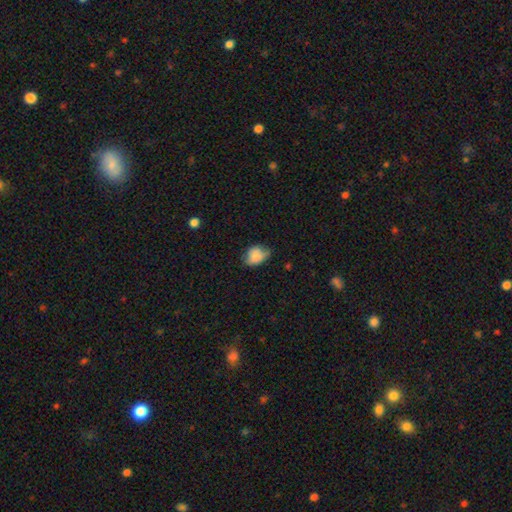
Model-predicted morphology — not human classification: The model was most divided on "merging": none: 52%, minor disturbance: 38%, major disturbance: 8%, merger: 2%. More confident: smooth or featured — smooth (83%); how rounded — in between (59%).